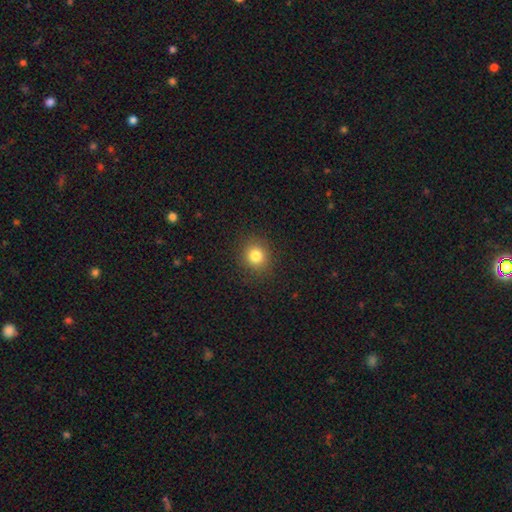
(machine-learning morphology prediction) Smooth or featured: smooth — 81% (star or artifact — 13%)
How rounded: round — 85% (in between — 14%)
Merging: none — 89% (minor disturbance — 7%)